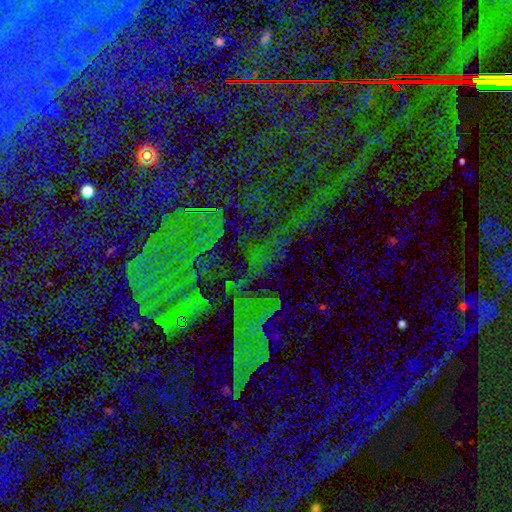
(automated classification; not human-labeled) Morphology: type=star or artifact (77%).